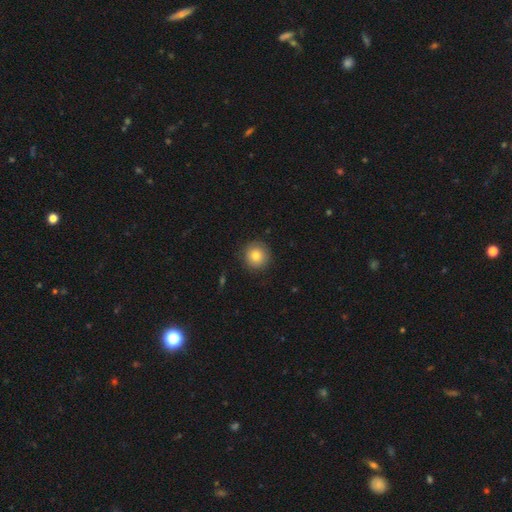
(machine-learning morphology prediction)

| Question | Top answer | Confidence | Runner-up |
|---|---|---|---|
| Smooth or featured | smooth | 80% | featured or disk (10%) |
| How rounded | round | 94% | in between (5%) |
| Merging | none | 88% | minor disturbance (8%) |